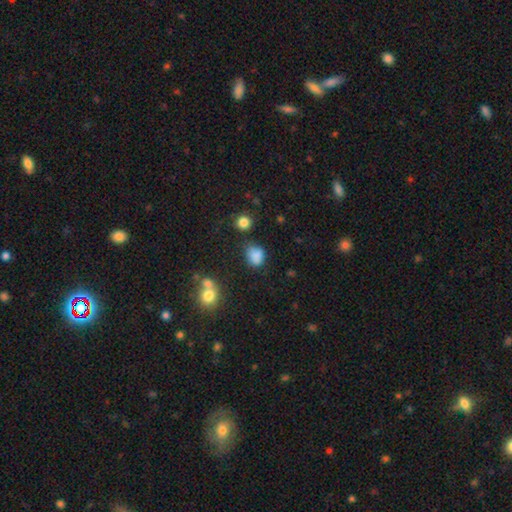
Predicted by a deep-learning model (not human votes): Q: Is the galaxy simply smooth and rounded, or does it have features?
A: smooth — 77%.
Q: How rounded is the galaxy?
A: in between — 53%.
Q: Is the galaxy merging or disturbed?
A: none — 53%.